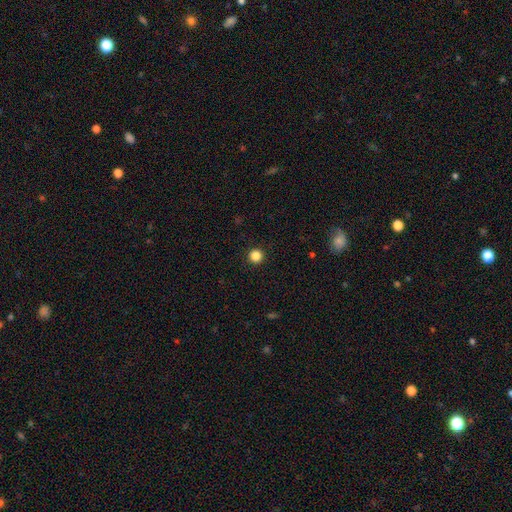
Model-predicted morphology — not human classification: Smooth or featured: smooth — 85% (star or artifact — 11%)
How rounded: round — 96% (in between — 3%)
Merging: none — 93% (minor disturbance — 4%)